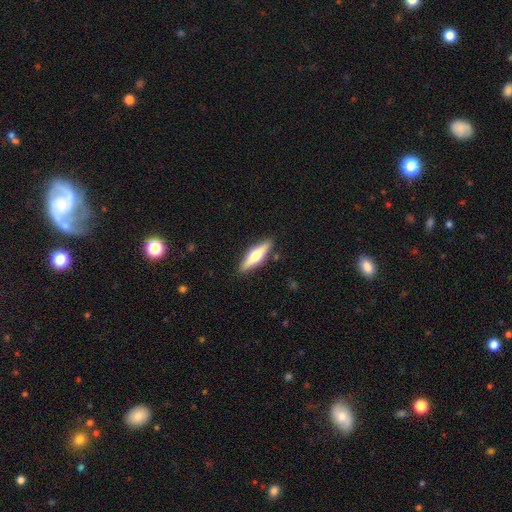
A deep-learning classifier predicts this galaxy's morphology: A featured or disk galaxy (55%) viewed edge-on (95%) with a rounded central bulge (93%).

Vote fractions:
- Smooth or featured? featured or disk: 55% / smooth: 40% / star or artifact: 5%
- Edge-on disk? yes: 95% / no: 5%
- Edge-on bulge? rounded: 93% / boxy: 4% / none: 3%
- Merging? none: 88% / minor disturbance: 8% / major disturbance: 2% / merger: 2%